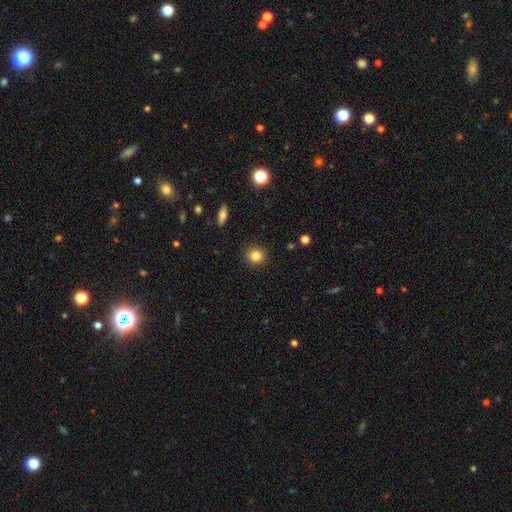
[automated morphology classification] Q: Smooth or featured?
A: smooth (83%); runner-up: star or artifact (11%)
Q: How rounded?
A: round (91%); runner-up: in between (8%)
Q: Merging?
A: none (91%); runner-up: minor disturbance (6%)